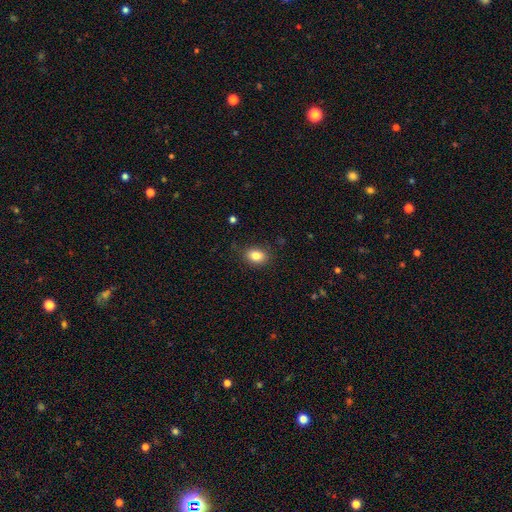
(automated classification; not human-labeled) smooth-or-featured: smooth: 83% | star or artifact: 9% | featured or disk: 8%
  how-rounded: in between: 72% | round: 27% | cigar-shaped: 1%
  merging: none: 85% | minor disturbance: 11% | major disturbance: 3% | merger: 1%